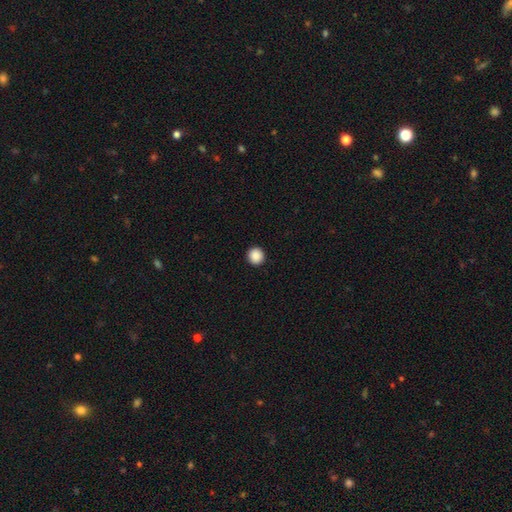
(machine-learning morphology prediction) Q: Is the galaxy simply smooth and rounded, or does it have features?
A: smooth — 89%.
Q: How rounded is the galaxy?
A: round — 94%.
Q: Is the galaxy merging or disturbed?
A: none — 94%.